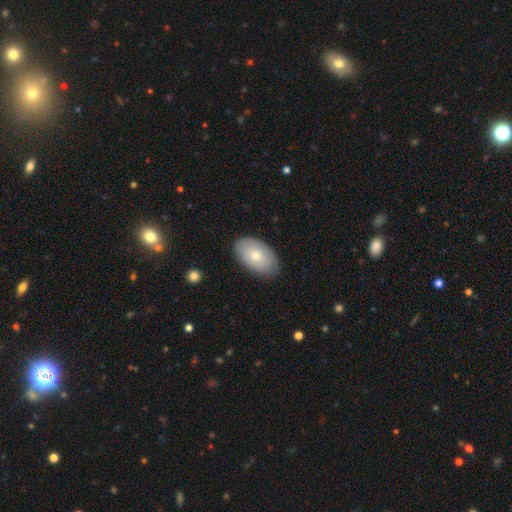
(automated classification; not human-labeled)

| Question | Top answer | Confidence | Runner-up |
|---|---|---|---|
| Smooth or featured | smooth | 69% | featured or disk (24%) |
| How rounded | in between | 93% | round (6%) |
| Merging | none | 82% | minor disturbance (14%) |